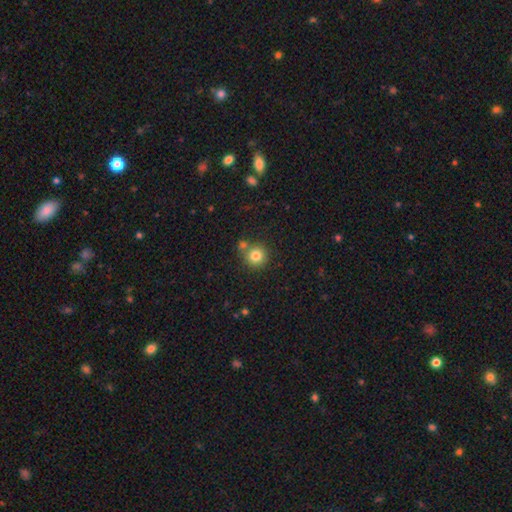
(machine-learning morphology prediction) Q: Smooth or featured?
A: smooth (81%); runner-up: star or artifact (12%)
Q: How rounded?
A: round (93%); runner-up: in between (6%)
Q: Merging?
A: none (71%); runner-up: merger (17%)